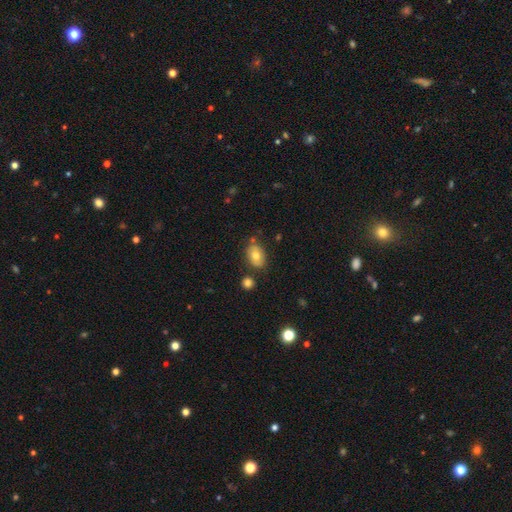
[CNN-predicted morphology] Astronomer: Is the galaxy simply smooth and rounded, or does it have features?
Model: smooth — 74%.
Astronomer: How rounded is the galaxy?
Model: in between — 80%.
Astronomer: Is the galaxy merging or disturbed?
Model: none — 73%.